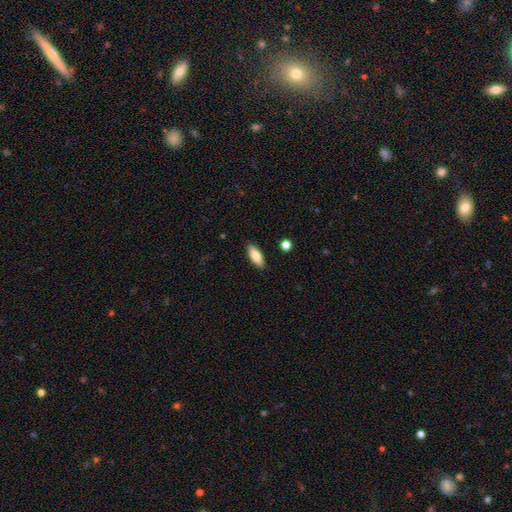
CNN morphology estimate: smooth_or_featured: smooth (p=0.80) [alt: featured or disk p=0.13]
how_rounded: in between (p=0.76) [alt: cigar-shaped p=0.22]
merging: none (p=0.89) [alt: minor disturbance p=0.08]